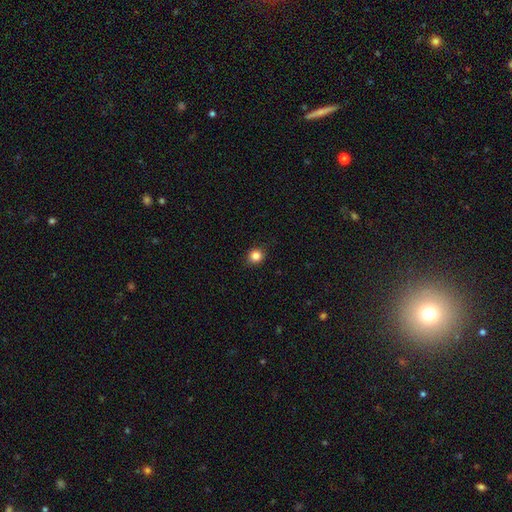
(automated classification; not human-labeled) smooth_or_featured: smooth (p=0.84) [alt: star or artifact p=0.12]
how_rounded: round (p=0.86) [alt: in between p=0.13]
merging: none (p=0.89) [alt: minor disturbance p=0.08]